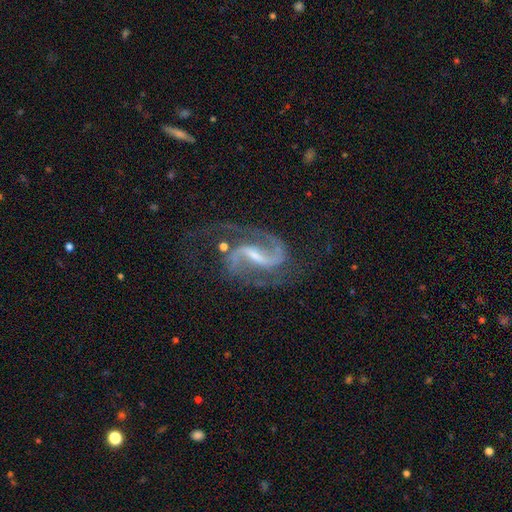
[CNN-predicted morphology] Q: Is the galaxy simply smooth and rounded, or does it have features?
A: featured or disk — 93%.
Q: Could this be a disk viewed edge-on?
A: no — 98%.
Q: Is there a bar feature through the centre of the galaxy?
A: strong — 49%.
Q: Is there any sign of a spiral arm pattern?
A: yes — 98%.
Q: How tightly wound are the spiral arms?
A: medium — 56%.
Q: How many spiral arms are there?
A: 2 — 92%.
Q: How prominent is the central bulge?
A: small — 55%.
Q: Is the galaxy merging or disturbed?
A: none — 57%.